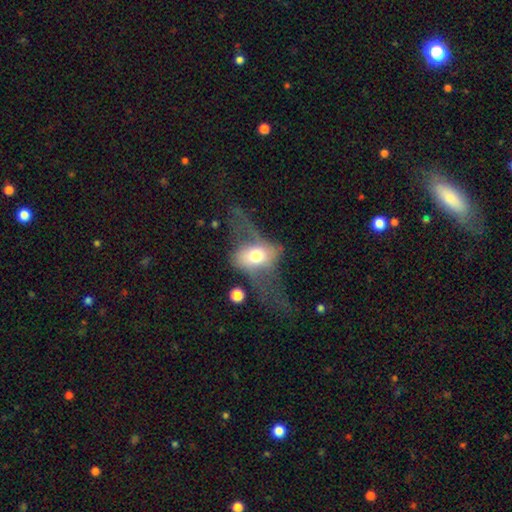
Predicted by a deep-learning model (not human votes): This is possibly a featured or disk galaxy (54%). It is likely not viewed edge-on (75%). Merging: possibly major disturbance (53%).